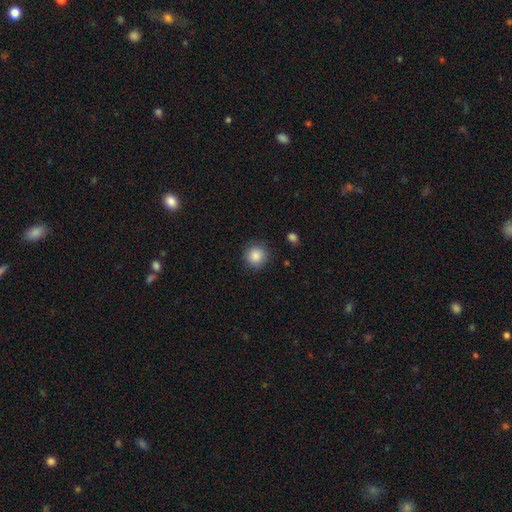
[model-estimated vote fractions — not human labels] Smooth or featured? smooth (87%)
How rounded? round (93%)
Merging? none (86%)